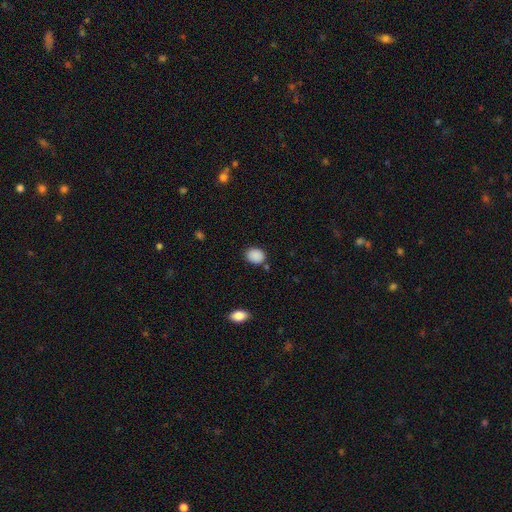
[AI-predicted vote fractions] smooth_or_featured: smooth (p=0.88) [alt: star or artifact p=0.09]
how_rounded: round (p=0.55) [alt: in between p=0.44]
merging: none (p=0.81) [alt: minor disturbance p=0.12]